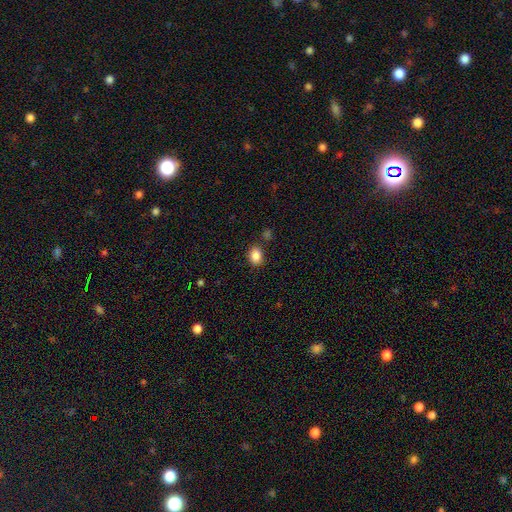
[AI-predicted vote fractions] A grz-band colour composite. It shows a smooth galaxy with no disk features (87%) that is in between round and cigar-shaped (59%). Merging: none (82%).